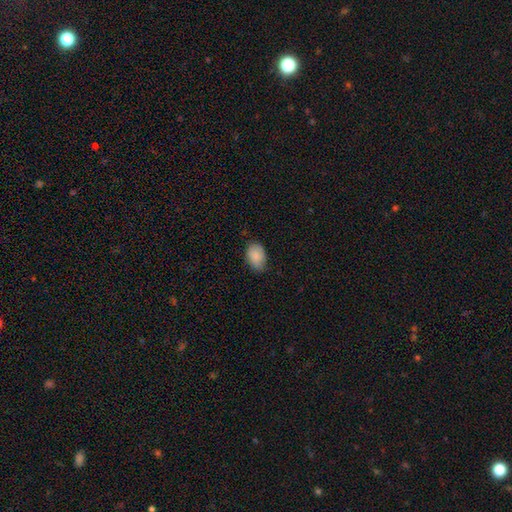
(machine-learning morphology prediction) type=smooth (86%); roundness=in between (88%); merging=none (70%).